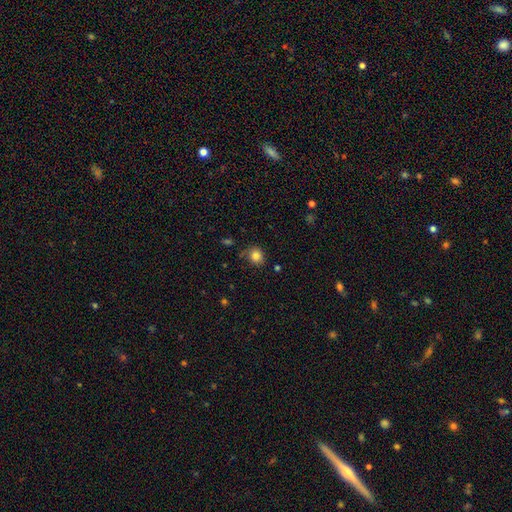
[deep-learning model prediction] smooth-or-featured: smooth: 83% | star or artifact: 11% | featured or disk: 6%
  how-rounded: round: 77% | in between: 22% | cigar-shaped: 1%
  merging: none: 76% | minor disturbance: 17% | major disturbance: 4% | merger: 3%